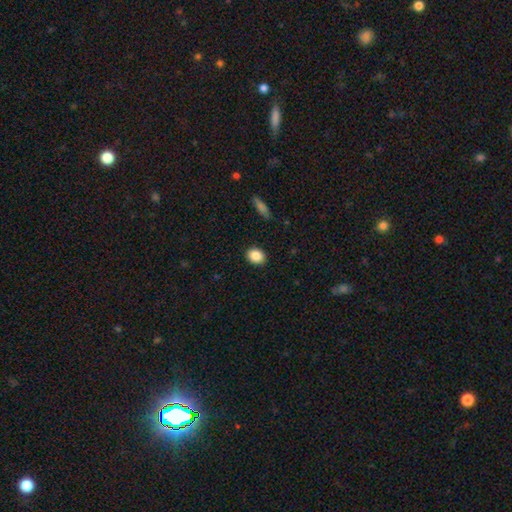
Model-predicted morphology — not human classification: A smooth galaxy with no disk features (87%) that is in between round and cigar-shaped (52%). Merging: none (90%).